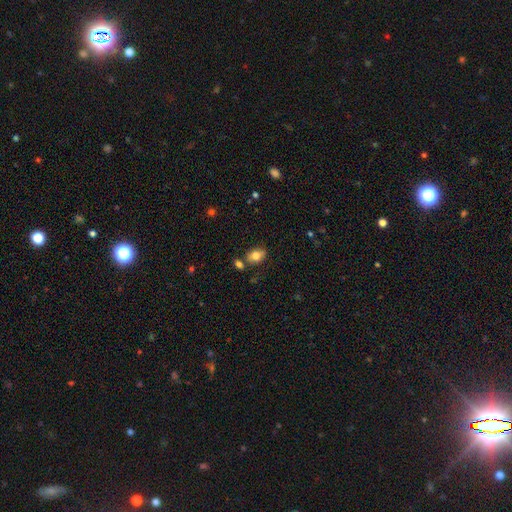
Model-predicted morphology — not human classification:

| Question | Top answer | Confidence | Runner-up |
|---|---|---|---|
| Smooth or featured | smooth | 79% | featured or disk (13%) |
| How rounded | in between | 80% | round (18%) |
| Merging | none | 71% | minor disturbance (14%) |